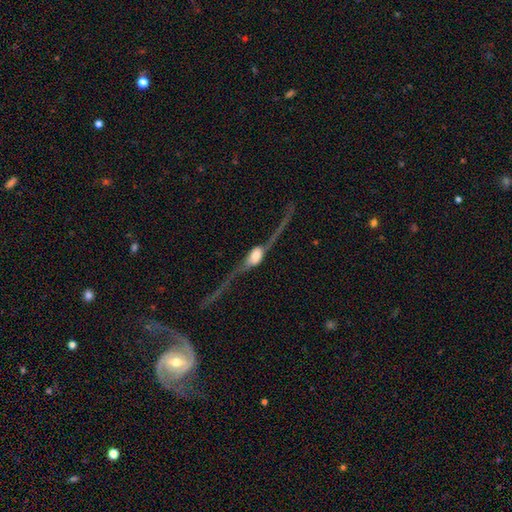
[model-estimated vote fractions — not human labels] A featured or disk galaxy (81%) viewed edge-on (75%) with a rounded central bulge (89%).

Vote fractions:
- Smooth or featured? featured or disk: 81% / smooth: 13% / star or artifact: 7%
- Edge-on disk? yes: 75% / no: 25%
- Edge-on bulge? rounded: 89% / boxy: 8% / none: 3%
- Merging? none: 47% / major disturbance: 28% / minor disturbance: 17% / merger: 8%